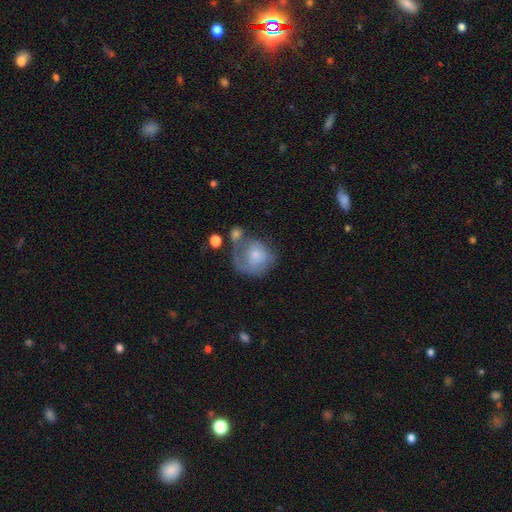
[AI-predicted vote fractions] Overall: smooth (55%; featured or disk 38%). How rounded: round (74%). Merging: none (30%; major disturbance 29%).